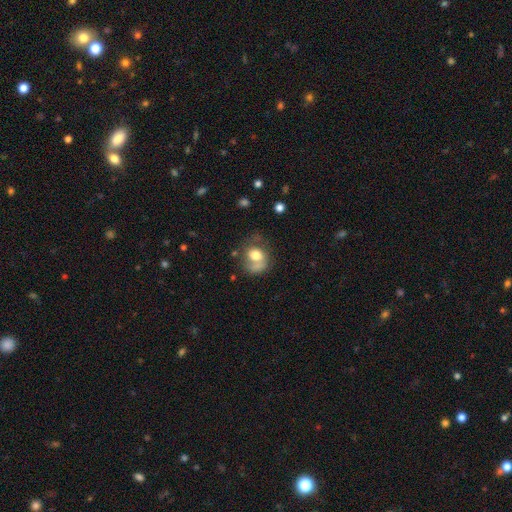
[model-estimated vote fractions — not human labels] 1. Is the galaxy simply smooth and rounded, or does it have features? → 62% smooth, 29% featured or disk, 9% star or artifact.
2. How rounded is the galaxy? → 55% round, 44% in between, 1% cigar-shaped.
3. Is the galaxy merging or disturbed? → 35% none, 28% major disturbance, 22% minor disturbance, 15% merger.